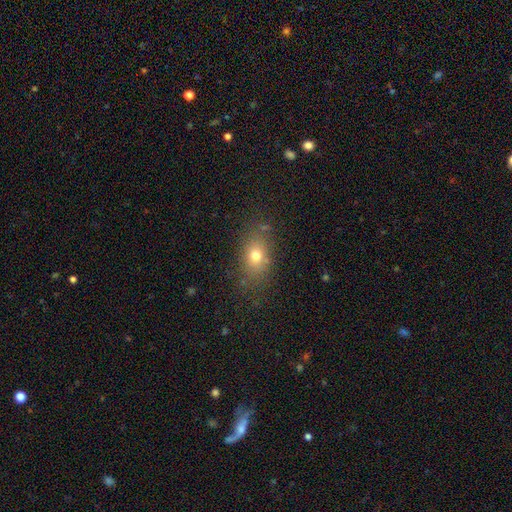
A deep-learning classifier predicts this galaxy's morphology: This is likely a smooth galaxy (73%). How rounded: likely in between (71%). Merging: likely none (77%).